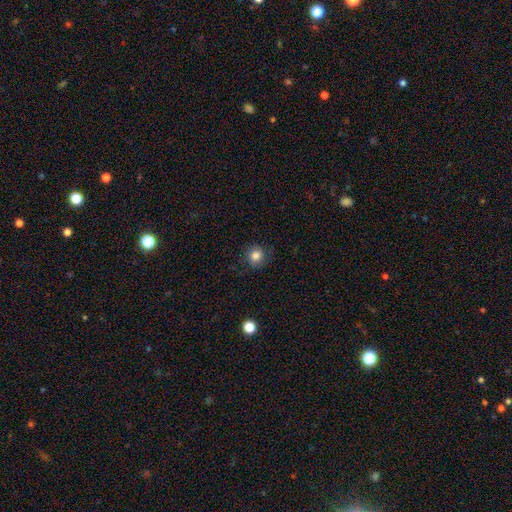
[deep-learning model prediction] A smooth galaxy with no disk features (84%) that is round (90%). Merging: none (85%).